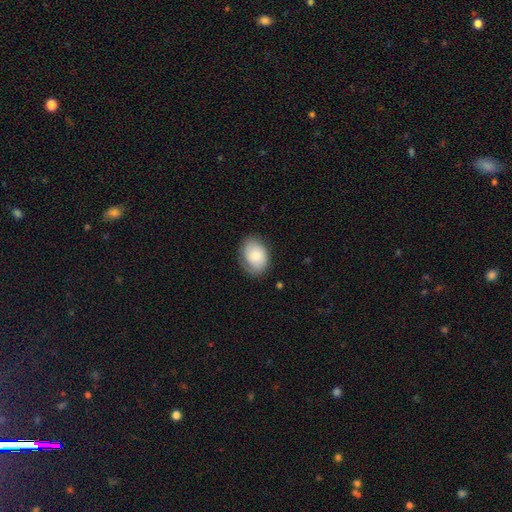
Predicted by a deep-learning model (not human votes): Overall: smooth (72%). How rounded: in between (72%). Merging: none (75%).